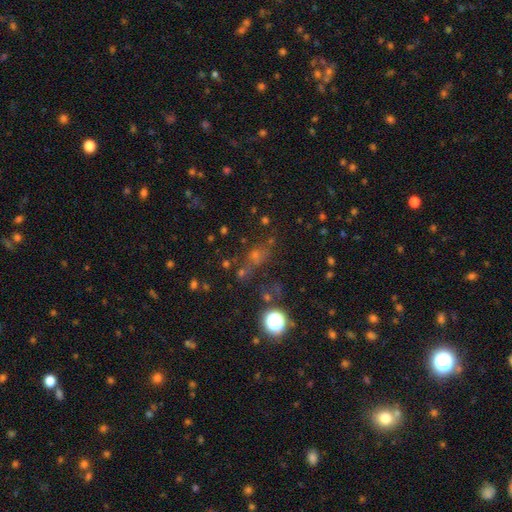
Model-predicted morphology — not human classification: Smooth or featured? Predicted: star or artifact (p=0.46).